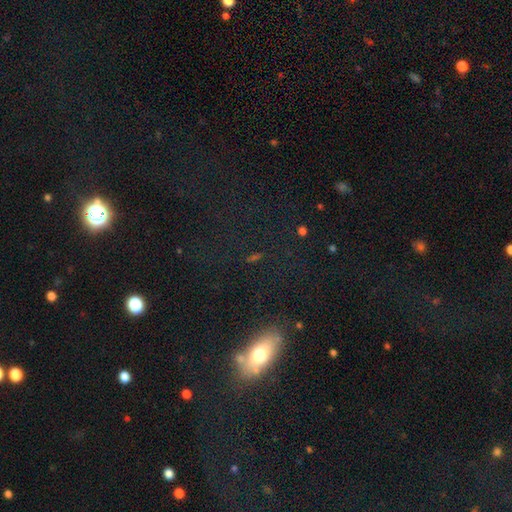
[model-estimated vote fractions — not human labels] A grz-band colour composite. It shows a smooth galaxy with no disk features (50%) that is in between round and cigar-shaped (72%). Merging: none (70%).